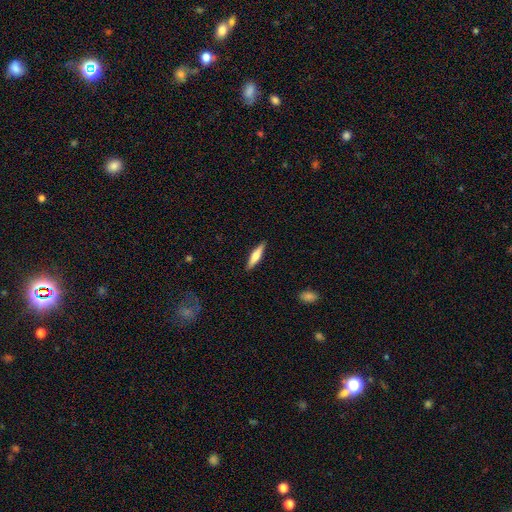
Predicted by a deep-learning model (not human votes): This appears to be a smooth galaxy with no disk features (53%) that is cigar-shaped (82%). Merging: none (90%).